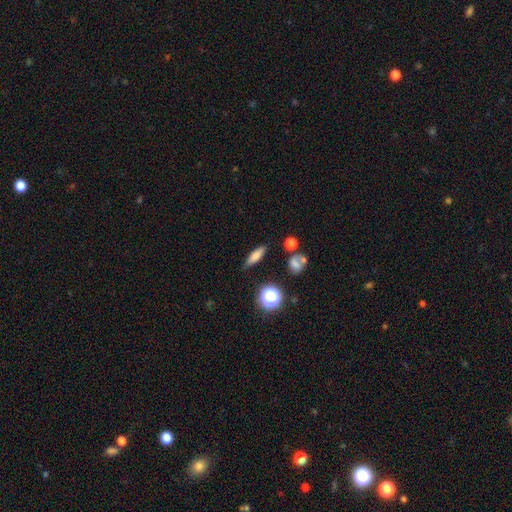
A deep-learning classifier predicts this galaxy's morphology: smooth_or_featured: smooth (p=0.71) [alt: featured or disk p=0.18]
how_rounded: cigar-shaped (p=0.58) [alt: in between p=0.34]
merging: none (p=0.81) [alt: minor disturbance p=0.12]